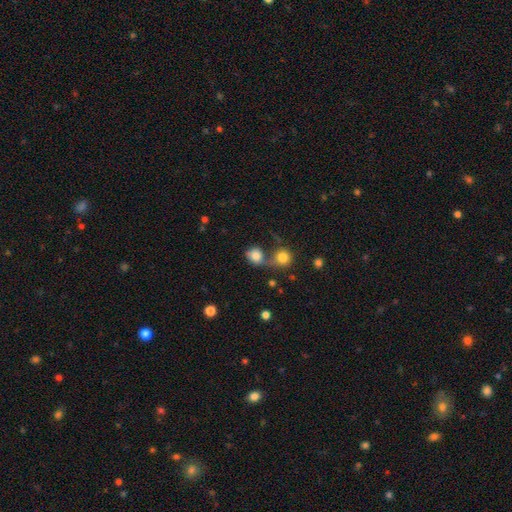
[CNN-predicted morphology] smooth 81%, featured or disk 10%, star or artifact 9%. Down the decision tree: how rounded — round (75%); merging — merger (47%).